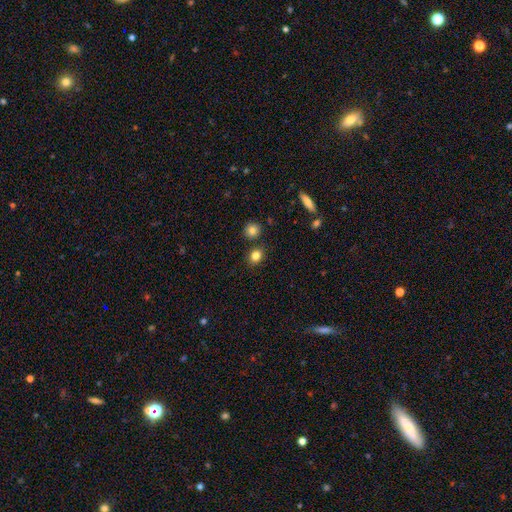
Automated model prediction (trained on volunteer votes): A smooth galaxy with no disk features (83%) that is round (64%).

Vote fractions:
- Smooth or featured? smooth: 83% / star or artifact: 11% / featured or disk: 6%
- How rounded? round: 64% / in between: 35% / cigar-shaped: 1%
- Merging? none: 82% / minor disturbance: 9% / merger: 7% / major disturbance: 2%